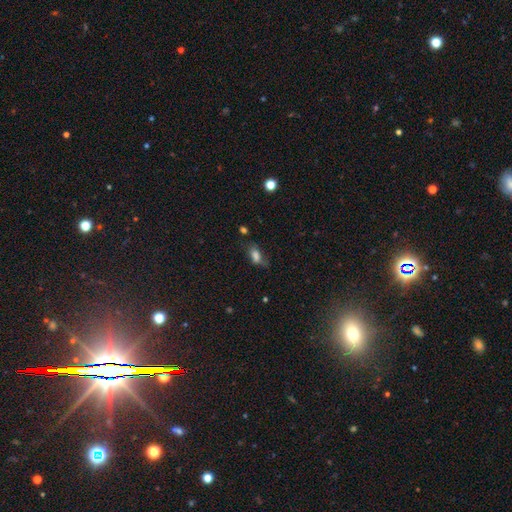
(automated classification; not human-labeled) This is likely a smooth galaxy (72%). How rounded: clearly in between (82%). Merging: possibly none (48%).